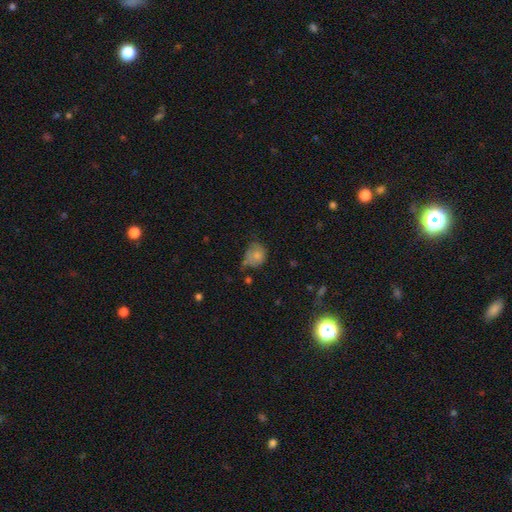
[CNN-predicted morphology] This is likely a smooth galaxy (70%). How rounded: possibly round (57%). Merging: marginally none (40%).